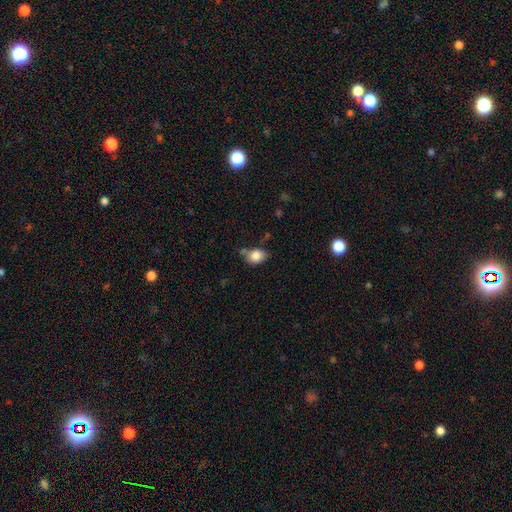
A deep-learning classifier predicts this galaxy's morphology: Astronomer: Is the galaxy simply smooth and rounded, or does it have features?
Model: smooth — 84%.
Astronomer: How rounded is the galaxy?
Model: in between — 59% (runner-up: round, 40%).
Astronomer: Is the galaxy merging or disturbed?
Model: none — 57%.